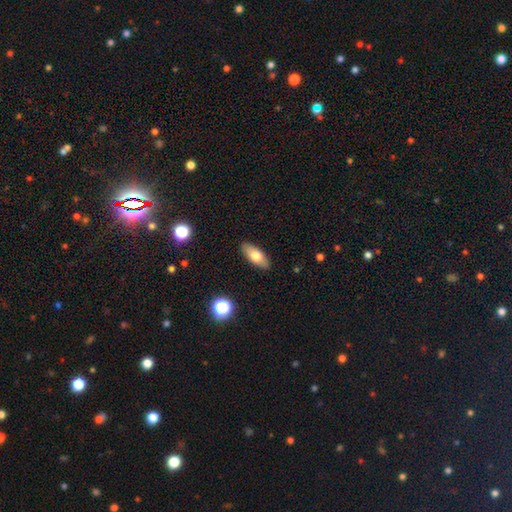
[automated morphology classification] A smooth galaxy with no disk features (71%) that is in between round and cigar-shaped (79%). Merging: none (89%).